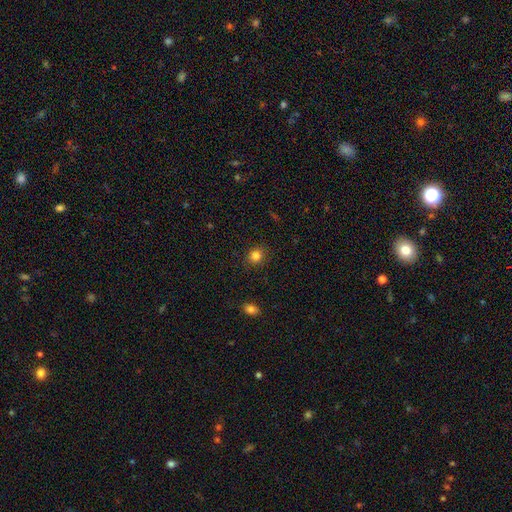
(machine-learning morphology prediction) Smooth or featured? smooth (83%)
How rounded? round (76%)
Merging? none (88%)